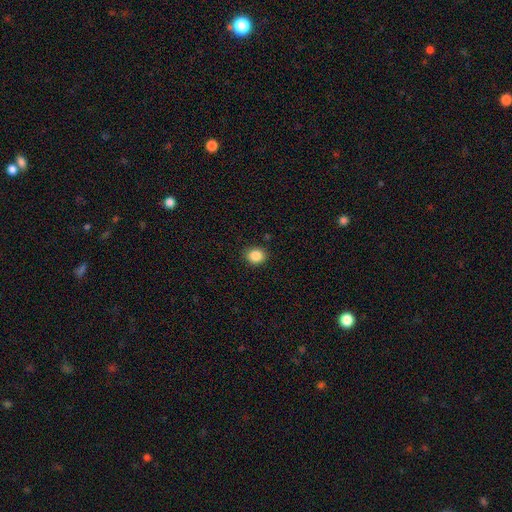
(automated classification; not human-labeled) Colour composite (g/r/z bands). It shows a smooth galaxy with no disk features (87%) that is round (68%). Merging: none (89%).